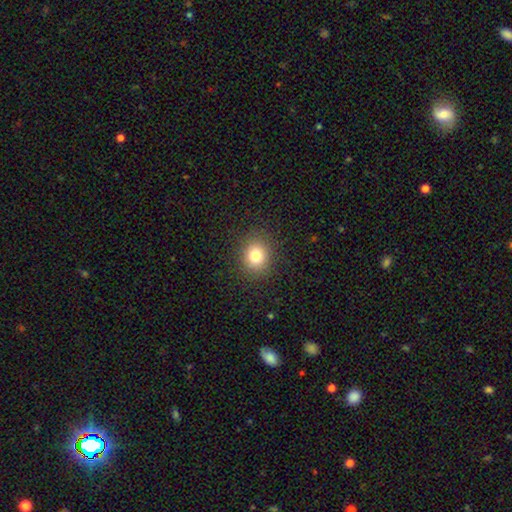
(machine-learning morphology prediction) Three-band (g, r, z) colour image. It shows a smooth galaxy with no disk features (79%) that is round (77%). Merging: none (89%).